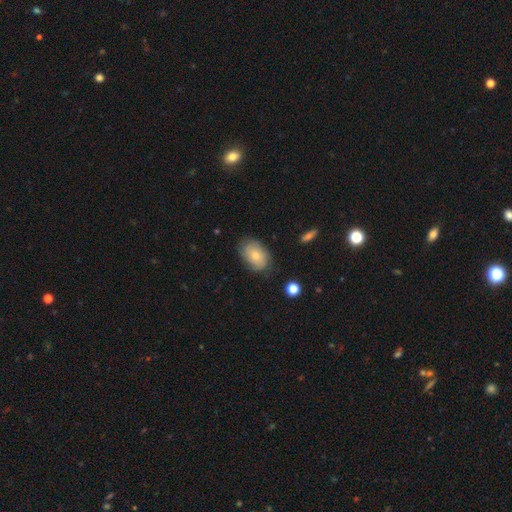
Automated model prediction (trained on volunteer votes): This is likely a smooth galaxy (72%). How rounded: clearly in between (85%). Merging: likely none (73%).